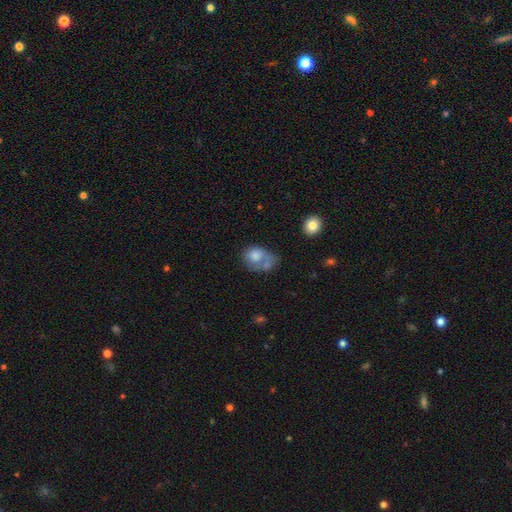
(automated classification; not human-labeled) The model was most divided on "merging": merger: 36%, none: 24%, major disturbance: 23%, minor disturbance: 17%. More confident: smooth or featured — smooth (66%); how rounded — in between (56%).